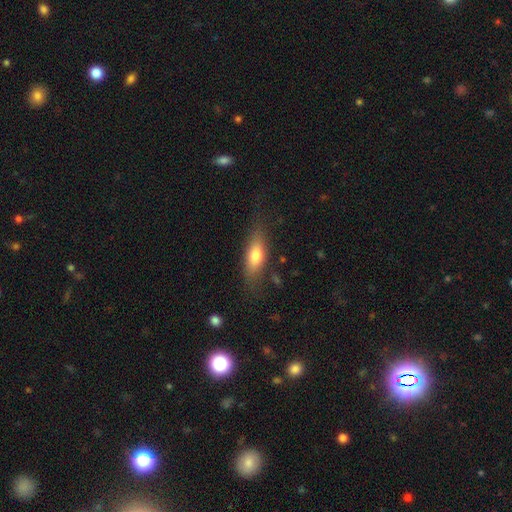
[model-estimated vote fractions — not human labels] This appears to be a smooth galaxy with no disk features (73%) that is in between round and cigar-shaped (71%). Merging: none (72%).